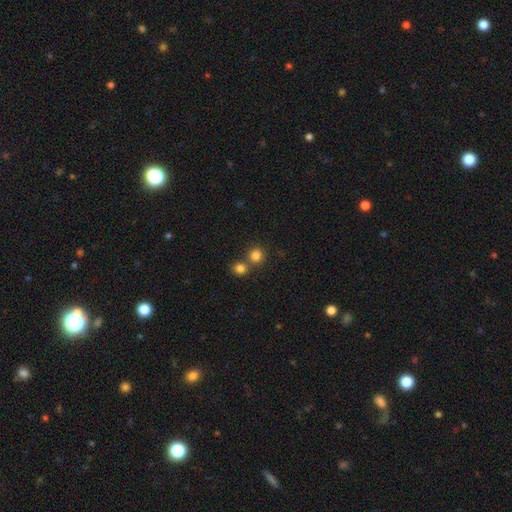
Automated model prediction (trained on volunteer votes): smooth_or_featured: smooth (p=0.82) [alt: star or artifact p=0.13]
how_rounded: round (p=0.91) [alt: in between p=0.08]
merging: none (p=0.64) [alt: merger p=0.28]